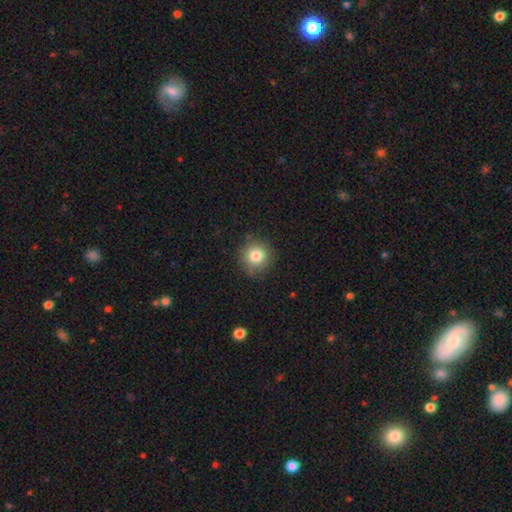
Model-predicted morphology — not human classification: Smooth or featured? Predicted: smooth (p=0.81). How rounded? Predicted: round (p=0.93). Merging? Predicted: none (p=0.87).